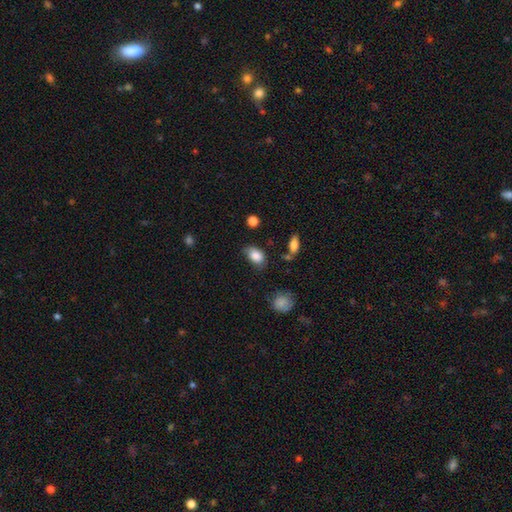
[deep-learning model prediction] A smooth galaxy with no disk features (84%) that is in between round and cigar-shaped (85%).

Vote fractions:
- Smooth or featured? smooth: 84% / star or artifact: 8% / featured or disk: 8%
- How rounded? in between: 85% / round: 14% / cigar-shaped: 2%
- Merging? none: 61% / minor disturbance: 29% / major disturbance: 7% / merger: 3%